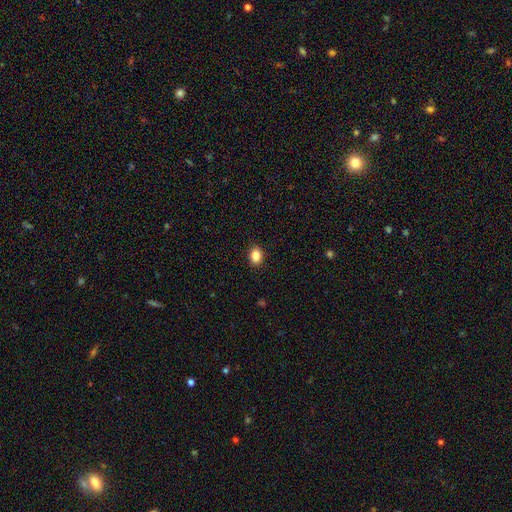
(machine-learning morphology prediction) Smooth or featured? smooth (86%)
How rounded? in between (67%)
Merging? none (90%)